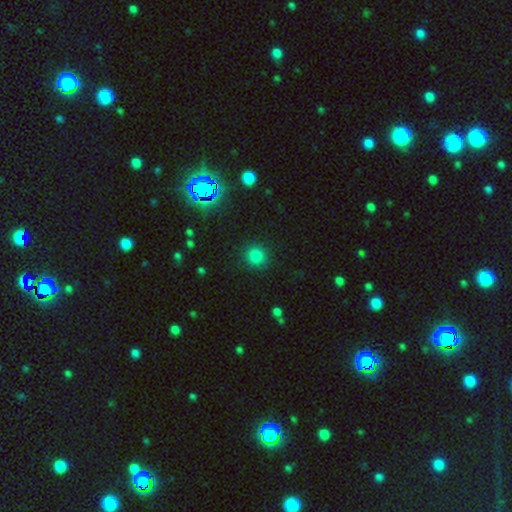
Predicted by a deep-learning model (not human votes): smooth_or_featured: smooth (p=0.80) [alt: star or artifact p=0.15]
how_rounded: round (p=0.91) [alt: in between p=0.08]
merging: none (p=0.90) [alt: minor disturbance p=0.06]